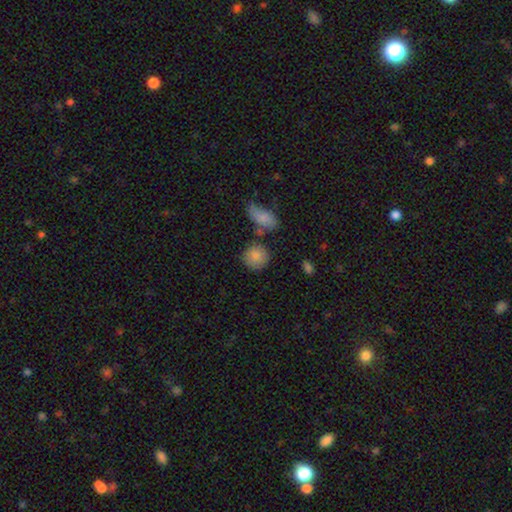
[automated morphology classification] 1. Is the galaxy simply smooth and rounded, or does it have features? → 85% smooth, 8% featured or disk, 7% star or artifact.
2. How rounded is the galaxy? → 82% round, 16% in between, 1% cigar-shaped.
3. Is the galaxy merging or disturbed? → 71% none, 14% minor disturbance, 10% merger, 4% major disturbance.